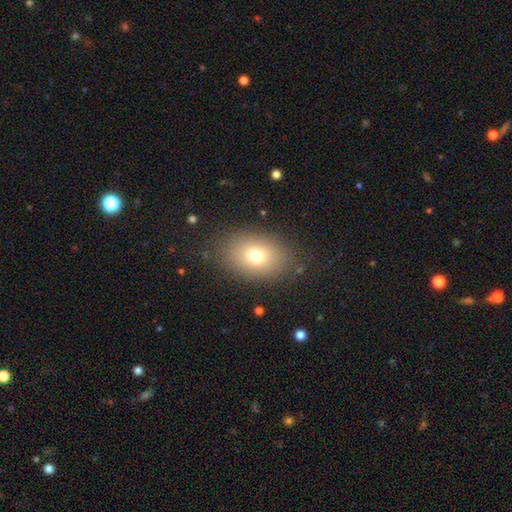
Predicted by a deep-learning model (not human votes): Overall: smooth (74%). How rounded: in between (72%). Merging: none (83%).